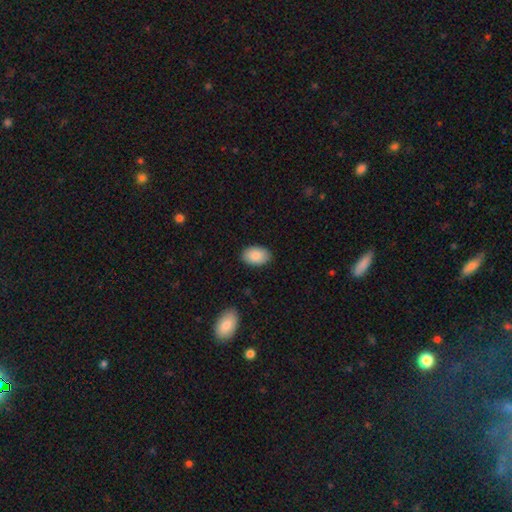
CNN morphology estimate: This appears to be a smooth galaxy with no disk features (88%) that is in between round and cigar-shaped (91%). Merging: none (87%).